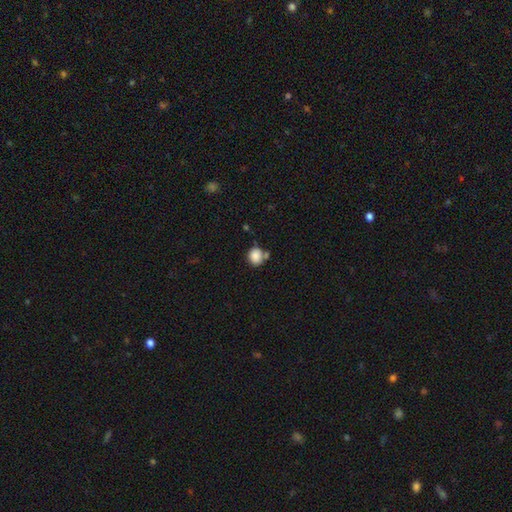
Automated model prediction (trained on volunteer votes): Smooth or featured? Predicted: smooth (p=0.86). How rounded? Predicted: round (p=0.76). Merging? Predicted: none (p=0.58).